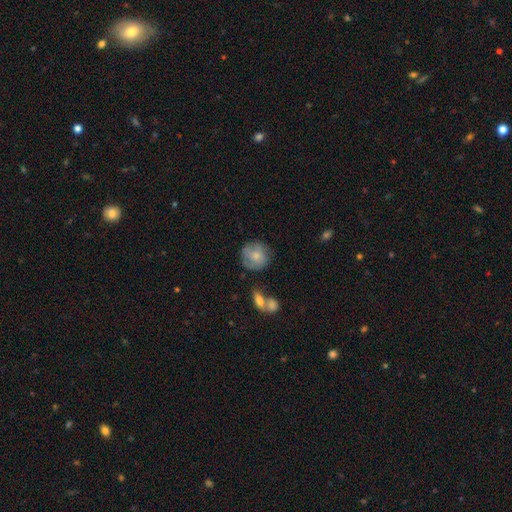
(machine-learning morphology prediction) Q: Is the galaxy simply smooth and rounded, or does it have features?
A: smooth — 70%.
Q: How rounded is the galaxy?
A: round — 89%.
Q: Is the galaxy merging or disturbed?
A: none — 67%.